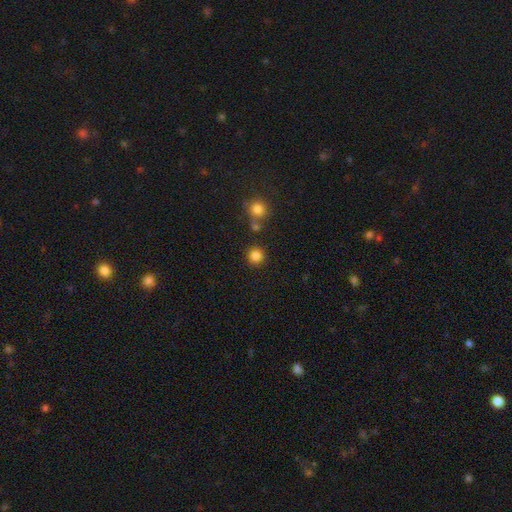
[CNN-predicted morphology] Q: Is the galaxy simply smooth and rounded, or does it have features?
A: smooth — 83%.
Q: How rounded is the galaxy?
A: round — 95%.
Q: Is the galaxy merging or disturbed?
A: none — 86%.